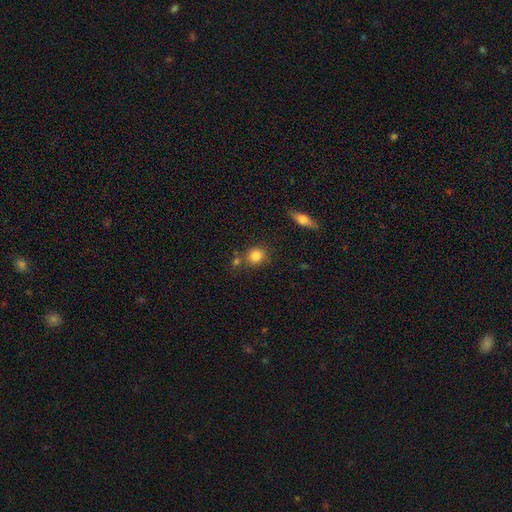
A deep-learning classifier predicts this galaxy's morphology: smooth 82%, star or artifact 10%, featured or disk 8%. Down the decision tree: how rounded — round (78%); merging — none (70%).